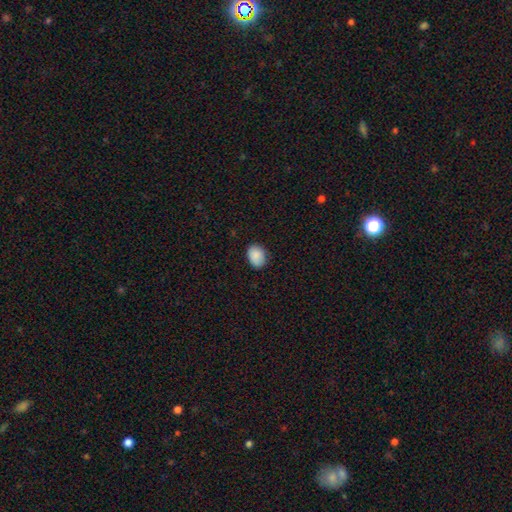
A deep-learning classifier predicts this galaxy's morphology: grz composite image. It shows a smooth galaxy with no disk features (89%) that is in between round and cigar-shaped (68%). Merging: none (83%).